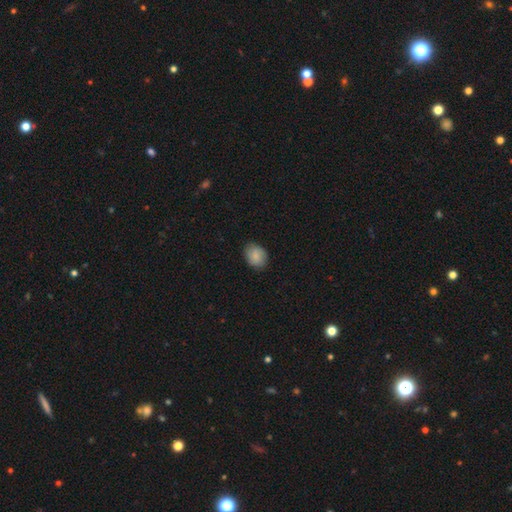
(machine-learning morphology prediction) Smooth or featured? Predicted: smooth (p=0.86). How rounded? Predicted: in between (p=0.61). Merging? Predicted: none (p=0.84).